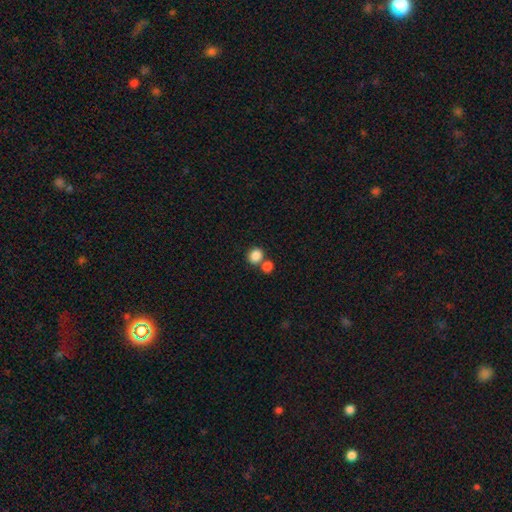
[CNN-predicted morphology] Q: Smooth or featured?
A: smooth (86%); runner-up: star or artifact (9%)
Q: How rounded?
A: round (73%); runner-up: in between (26%)
Q: Merging?
A: none (56%); runner-up: merger (32%)